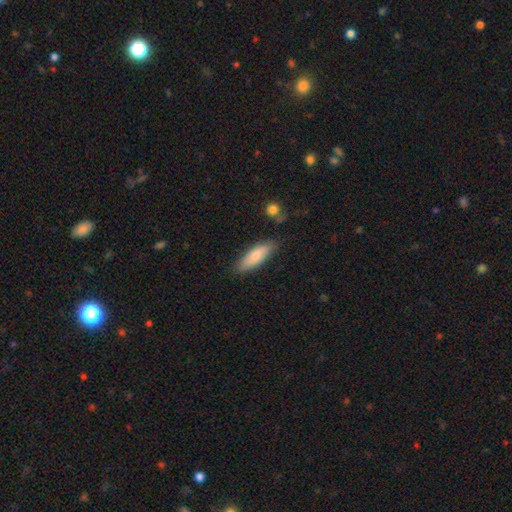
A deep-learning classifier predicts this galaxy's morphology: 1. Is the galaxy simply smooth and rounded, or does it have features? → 78% smooth, 16% featured or disk, 6% star or artifact.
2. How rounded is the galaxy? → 58% in between, 40% cigar-shaped, 2% round.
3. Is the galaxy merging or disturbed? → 78% none, 16% minor disturbance, 3% major disturbance, 3% merger.